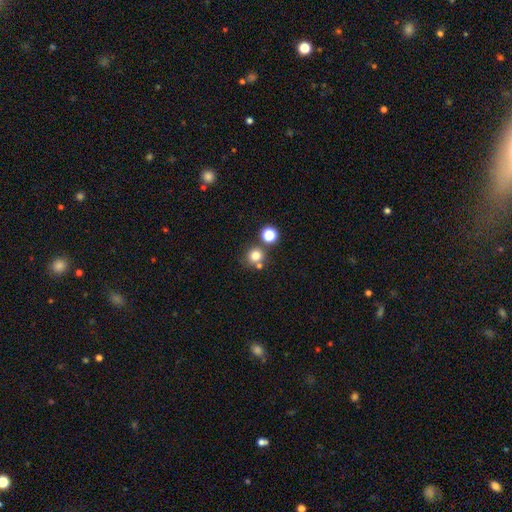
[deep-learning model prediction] Overall: smooth (77%). How rounded: round (89%). Merging: none (66%).